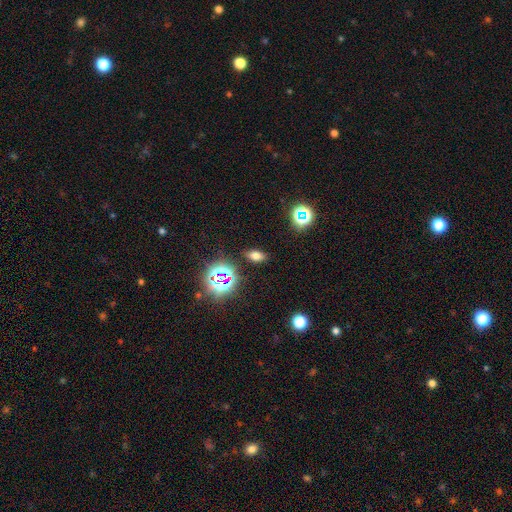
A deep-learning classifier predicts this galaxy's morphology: This is likely a smooth galaxy (65%). How rounded: clearly in between (86%). Merging: clearly none (87%).